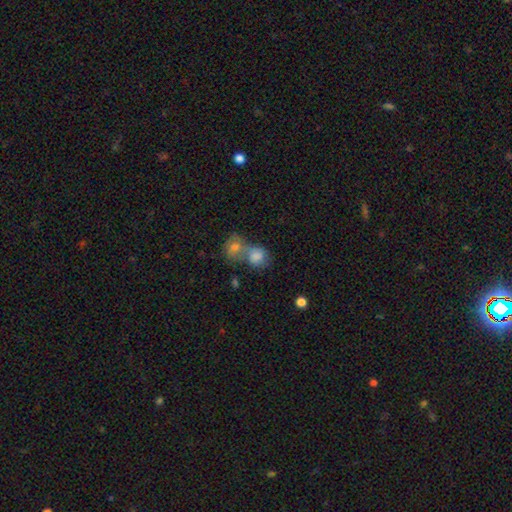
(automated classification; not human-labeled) smooth_or_featured: smooth (p=0.77) [alt: featured or disk p=0.12]
how_rounded: round (p=0.67) [alt: in between p=0.32]
merging: merger (p=0.60) [alt: none p=0.28]